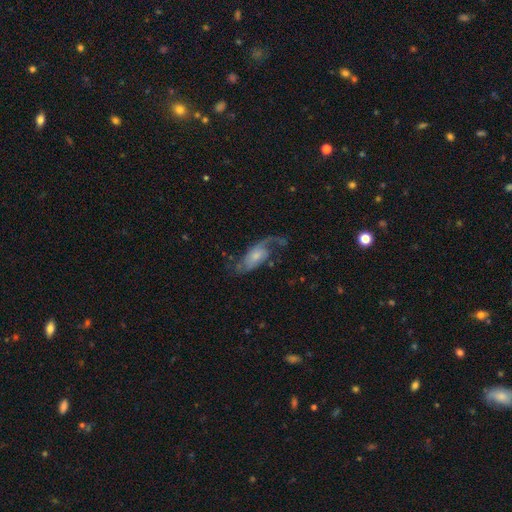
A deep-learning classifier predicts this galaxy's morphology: smooth-or-featured: featured or disk: 73% | smooth: 21% | star or artifact: 6%
  disk-edge-on: no: 93% | yes: 7%
    bar: no: 64% | weak: 30% | strong: 6%
    has-spiral-arms: yes: 91% | no: 9%
      spiral-winding: loose: 56% | medium: 33% | tight: 12%
      spiral-arm-count: 2: 58% | 1: 32% | can't tell: 6% | 3: 1% | 4: 1% | more than 4: 1%
    bulge-size: small: 46% | moderate: 36% | none: 9% | large: 7% | dominant: 2%
  merging: none: 45% | major disturbance: 31% | minor disturbance: 21% | merger: 3%